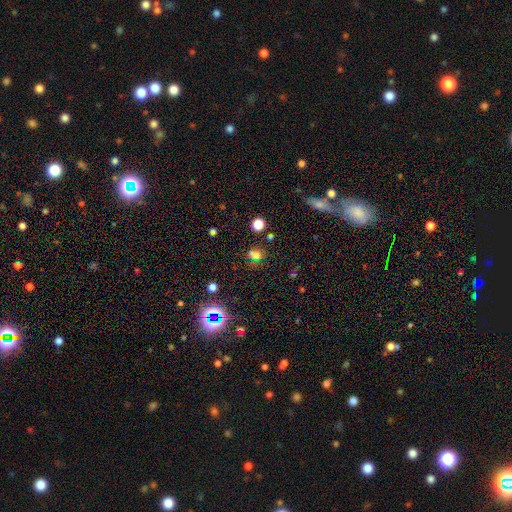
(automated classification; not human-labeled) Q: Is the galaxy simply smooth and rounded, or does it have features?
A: smooth — 46%.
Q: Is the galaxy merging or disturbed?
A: none — 70%.